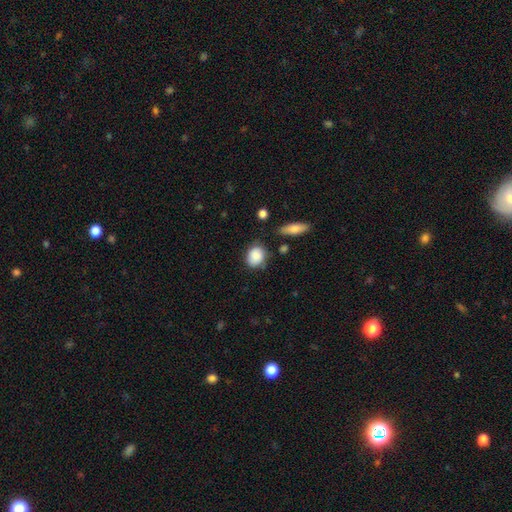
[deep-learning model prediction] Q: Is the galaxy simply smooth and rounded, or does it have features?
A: smooth — 86%.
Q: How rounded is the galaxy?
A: round — 53%.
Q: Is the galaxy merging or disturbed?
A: none — 67%.